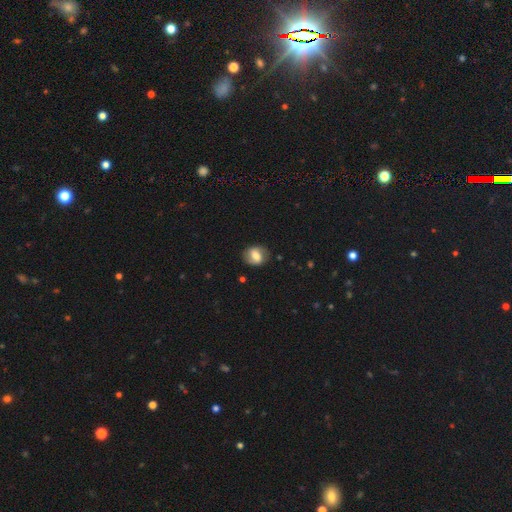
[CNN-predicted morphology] Smooth or featured: smooth — 53% (featured or disk — 39%)
How rounded: in between — 53% (round — 45%)
Merging: none — 79% (minor disturbance — 15%)